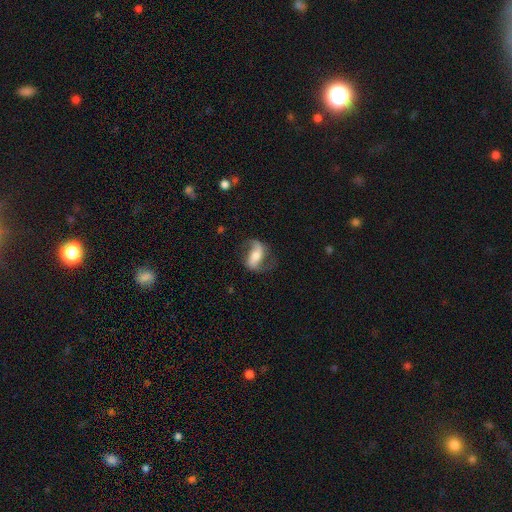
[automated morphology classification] A featured or disk galaxy (77%) with a strong bar (40%), 2 (88%) loose (58%) spiral arms (93%) and a moderate central bulge (49%). Merging: none (69%).